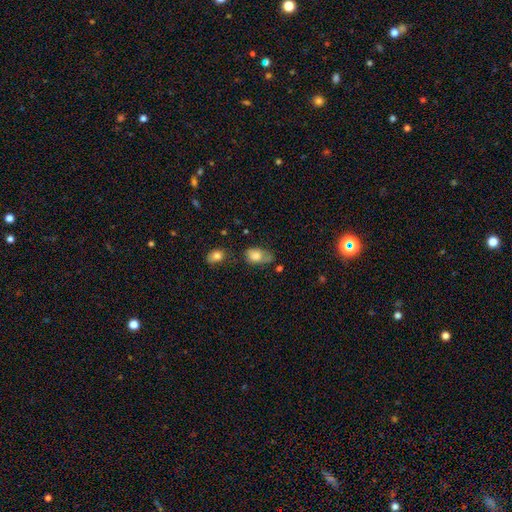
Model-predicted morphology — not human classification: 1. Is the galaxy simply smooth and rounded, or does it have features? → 76% smooth, 15% featured or disk, 8% star or artifact.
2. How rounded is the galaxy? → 86% in between, 12% round, 2% cigar-shaped.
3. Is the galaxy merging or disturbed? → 37% minor disturbance, 36% none, 19% major disturbance, 7% merger.